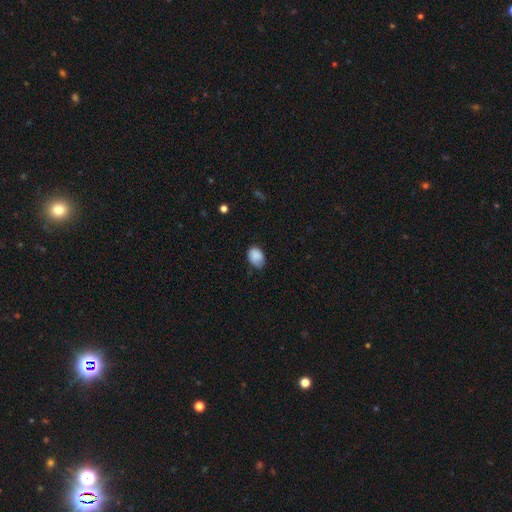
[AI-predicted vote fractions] Morphology: type=smooth (85%); roundness=in between (76%); merging=none (60%).